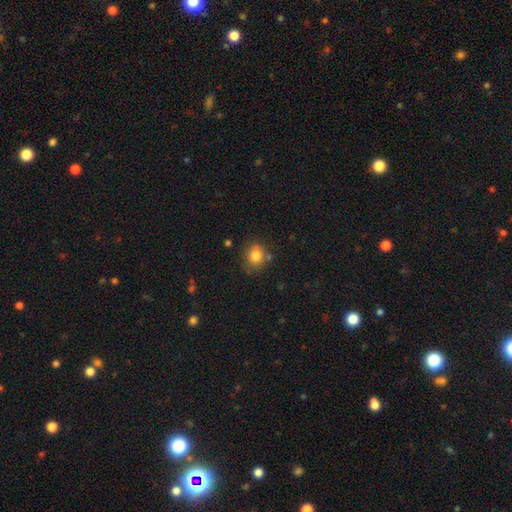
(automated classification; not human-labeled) A smooth galaxy with no disk features (81%) that is round (75%).

Vote fractions:
- Smooth or featured? smooth: 81% / star or artifact: 11% / featured or disk: 8%
- How rounded? round: 75% / in between: 24% / cigar-shaped: 1%
- Merging? none: 75% / minor disturbance: 15% / merger: 7% / major disturbance: 4%